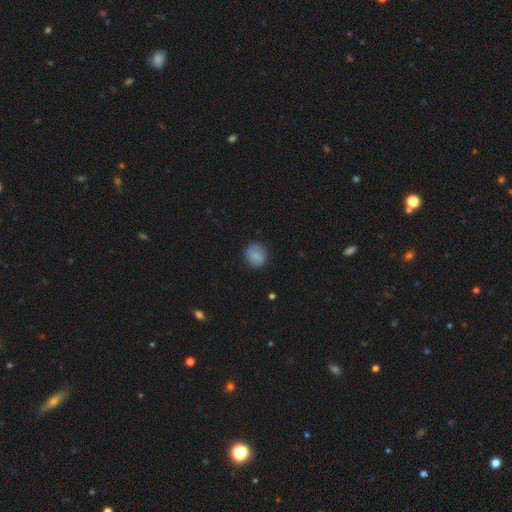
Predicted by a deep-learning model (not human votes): Smooth or featured? smooth (83%)
How rounded? round (70%)
Merging? none (78%)